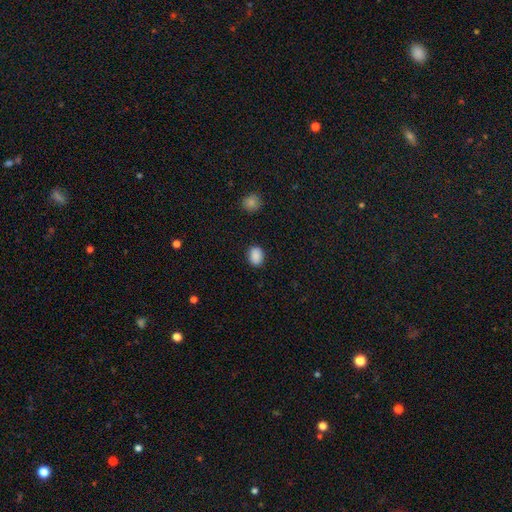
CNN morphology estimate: Overall: smooth (89%). How rounded: in between (64%; round 35%). Merging: none (87%).